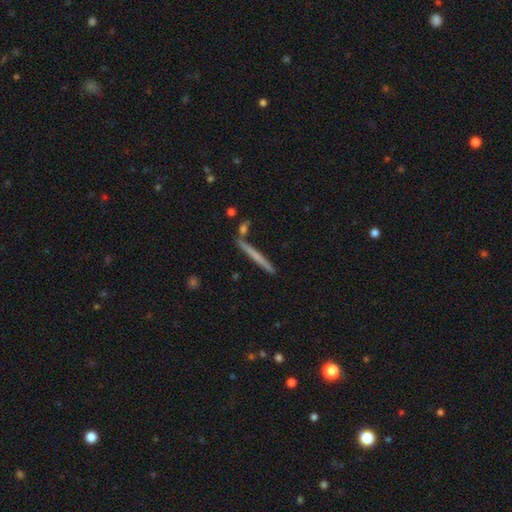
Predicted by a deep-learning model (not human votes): A smooth galaxy with no disk features (51%) that is cigar-shaped (96%).

Vote fractions:
- Smooth or featured? smooth: 51% / featured or disk: 43% / star or artifact: 6%
- How rounded? cigar-shaped: 96% / in between: 2% / round: 2%
- Merging? none: 86% / minor disturbance: 8% / merger: 4% / major disturbance: 2%